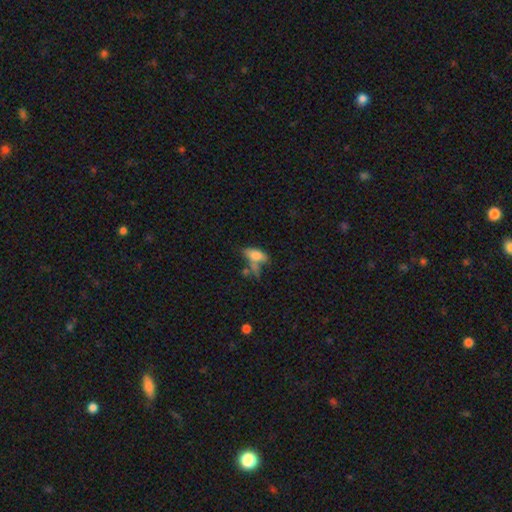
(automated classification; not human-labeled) Smooth or featured? Predicted: smooth (p=0.71). How rounded? Predicted: in between (p=0.81). Merging? Predicted: none (p=0.36).